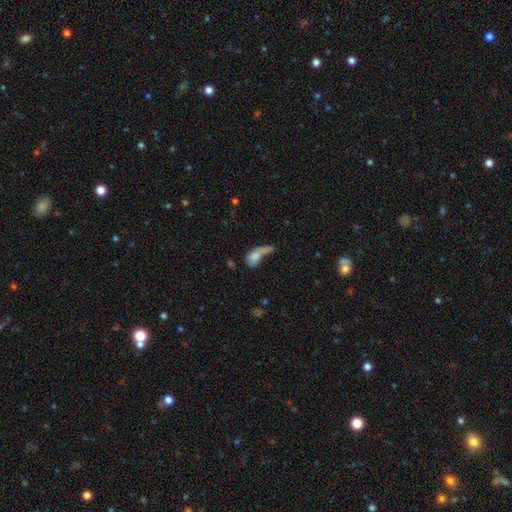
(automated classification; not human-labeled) This is likely a smooth galaxy (69%). How rounded: likely in between (70%). Merging: marginally major disturbance (33%).